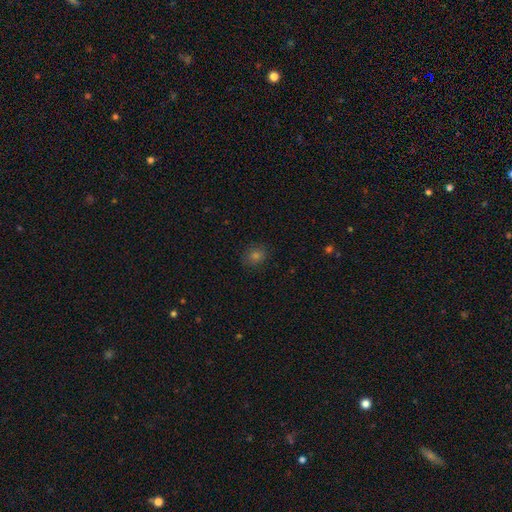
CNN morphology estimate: Smooth or featured?
  - smooth: 72% *
  - star or artifact: 21%
  - featured or disk: 8%
How rounded?
  - round: 75% *
  - in between: 24%
  - cigar-shaped: 1%
Merging?
  - none: 88% *
  - minor disturbance: 9%
  - major disturbance: 2%
  - merger: 1%